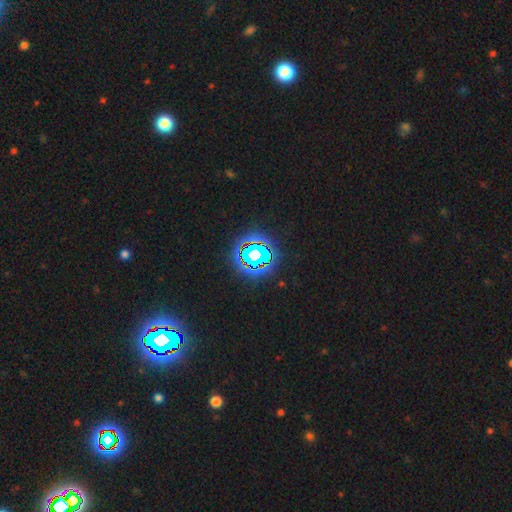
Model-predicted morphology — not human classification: type=star or artifact (81%).